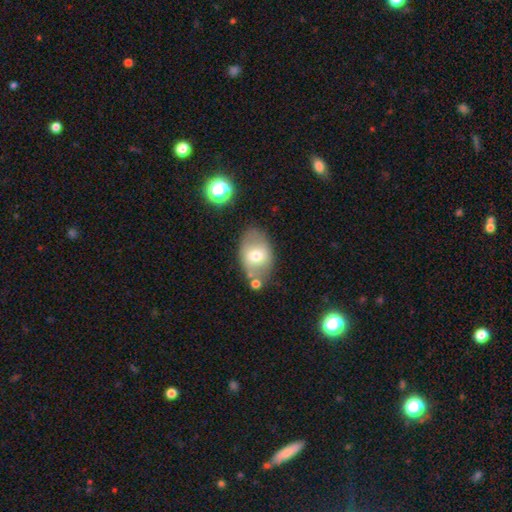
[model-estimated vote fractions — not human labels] Smooth or featured: smooth — 60% (featured or disk — 31%)
How rounded: in between — 81% (round — 18%)
Merging: none — 66% (minor disturbance — 18%)